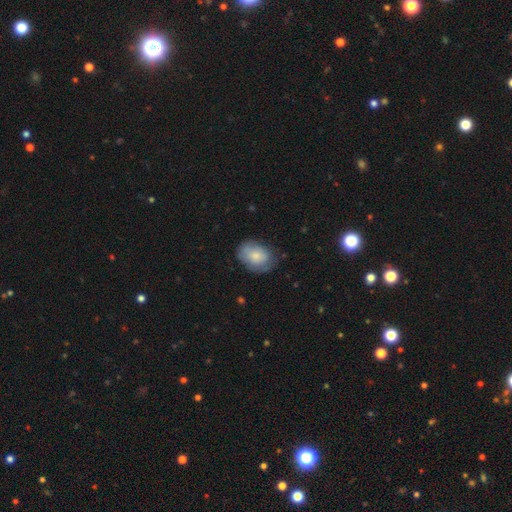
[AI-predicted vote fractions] A smooth galaxy with no disk features (73%) that is in between round and cigar-shaped (76%). Merging: none (65%).